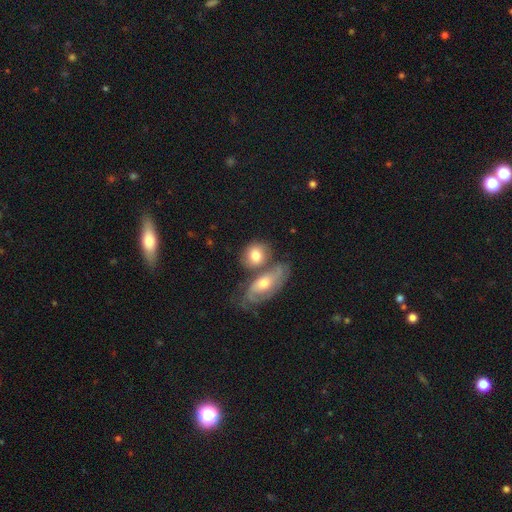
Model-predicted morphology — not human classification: This appears to be a smooth galaxy with no disk features (63%) that is in between round and cigar-shaped (49%). Merging: merger (45%).